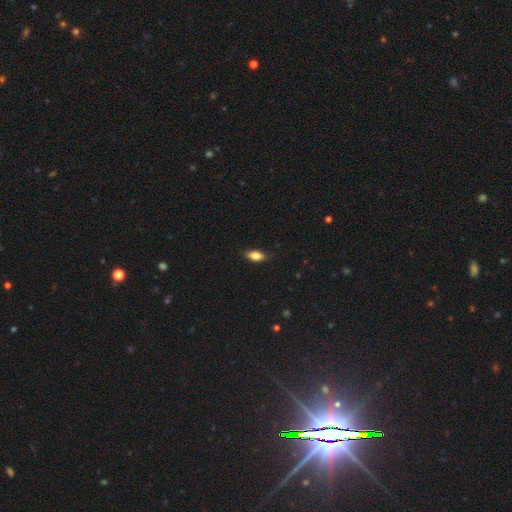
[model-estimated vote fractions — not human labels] Smooth or featured? smooth (82%)
How rounded? in between (86%)
Merging? none (82%)